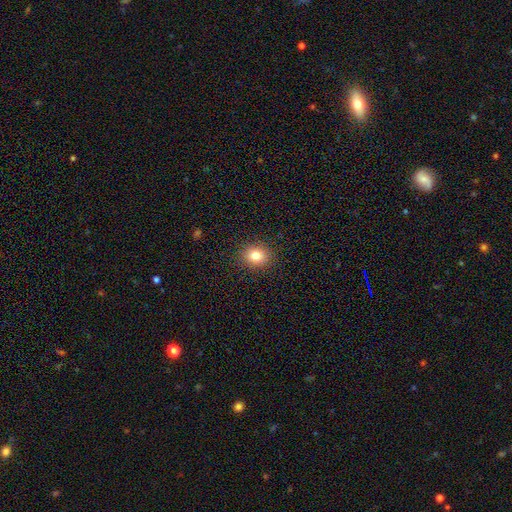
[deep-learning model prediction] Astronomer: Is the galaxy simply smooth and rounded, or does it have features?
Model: smooth — 80%.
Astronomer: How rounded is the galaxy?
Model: round — 78%.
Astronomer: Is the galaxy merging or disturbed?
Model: none — 90%.